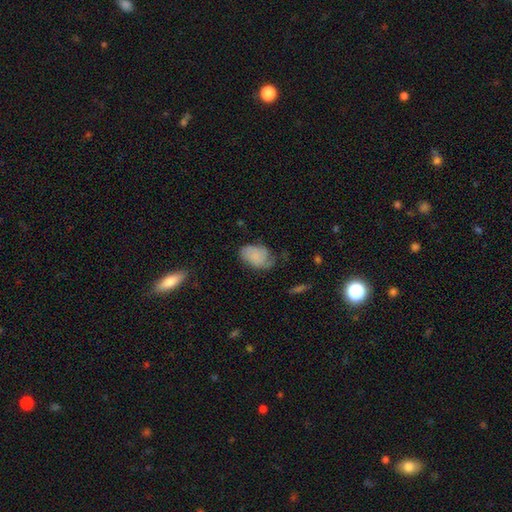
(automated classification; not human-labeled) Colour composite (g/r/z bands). It shows a smooth galaxy with no disk features (68%) that is in between round and cigar-shaped (87%). Merging: none (46%).